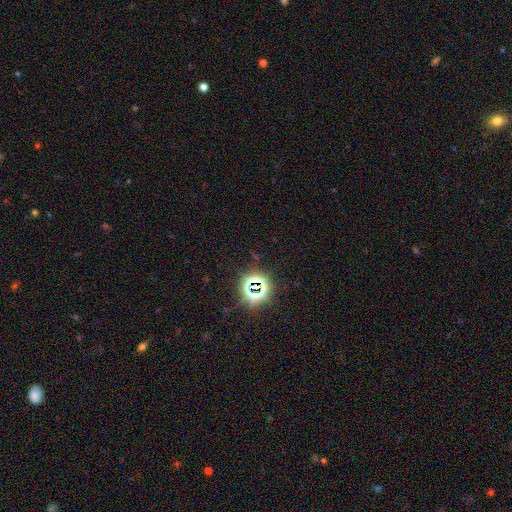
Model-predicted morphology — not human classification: Smooth or featured: star or artifact — 79% (smooth — 13%)